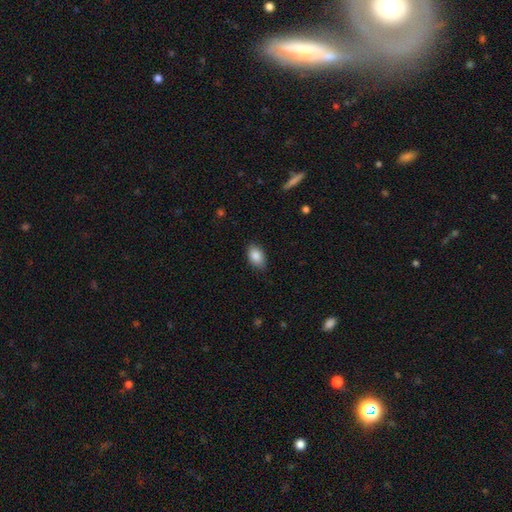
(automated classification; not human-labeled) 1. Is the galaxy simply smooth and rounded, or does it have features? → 87% smooth, 7% star or artifact, 5% featured or disk.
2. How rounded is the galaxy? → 90% in between, 8% round, 2% cigar-shaped.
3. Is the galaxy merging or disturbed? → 82% none, 14% minor disturbance, 3% major disturbance, 1% merger.